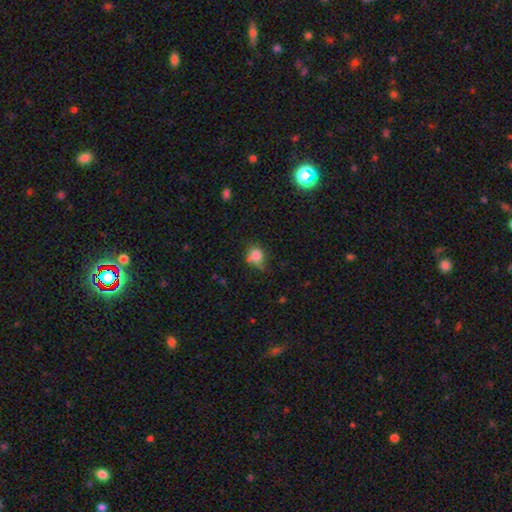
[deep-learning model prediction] Q: Smooth or featured?
A: smooth (80%); runner-up: star or artifact (11%)
Q: How rounded?
A: round (69%); runner-up: in between (30%)
Q: Merging?
A: none (50%); runner-up: minor disturbance (33%)